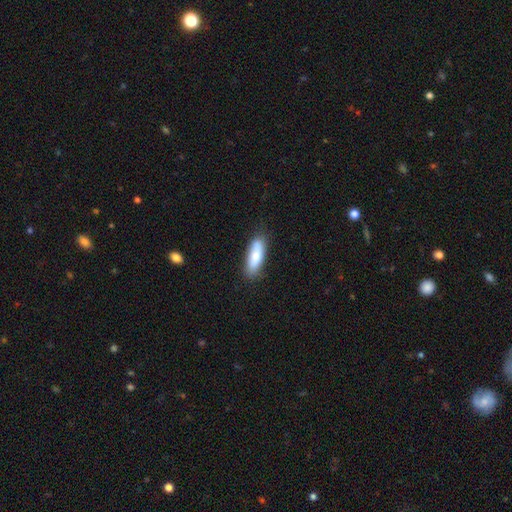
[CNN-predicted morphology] The model was most divided on "how rounded": in between: 56%, cigar-shaped: 42%, round: 2%. More confident: merging — none (81%); smooth or featured — smooth (79%).